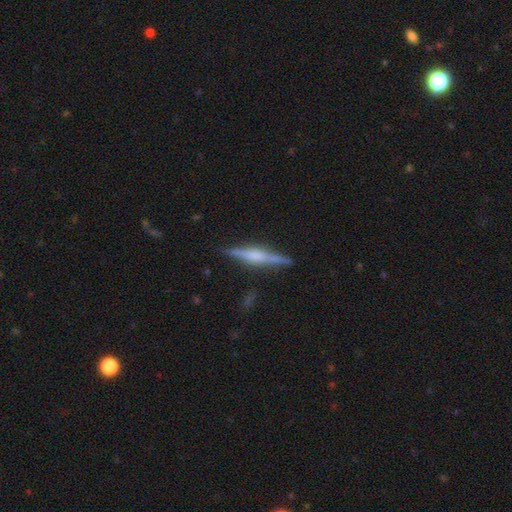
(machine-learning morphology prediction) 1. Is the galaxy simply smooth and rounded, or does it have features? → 73% featured or disk, 21% smooth, 6% star or artifact.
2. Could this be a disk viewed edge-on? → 98% yes, 2% no.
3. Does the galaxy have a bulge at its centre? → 61% rounded, 28% boxy, 11% none.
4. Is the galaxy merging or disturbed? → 88% none, 8% minor disturbance, 2% major disturbance, 1% merger.